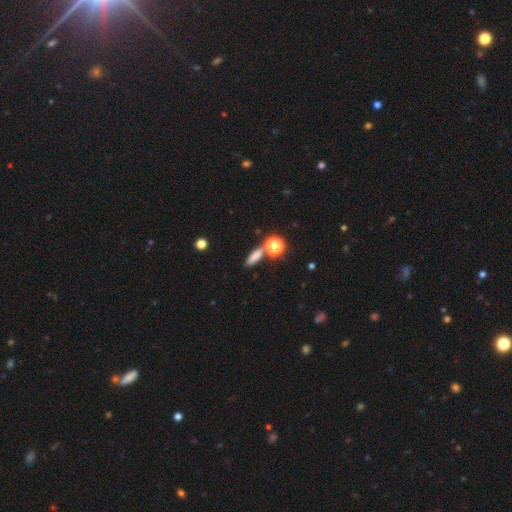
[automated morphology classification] smooth 73%, star or artifact 15%, featured or disk 11%. Down the decision tree: how rounded — cigar-shaped (47%); merging — none (69%).